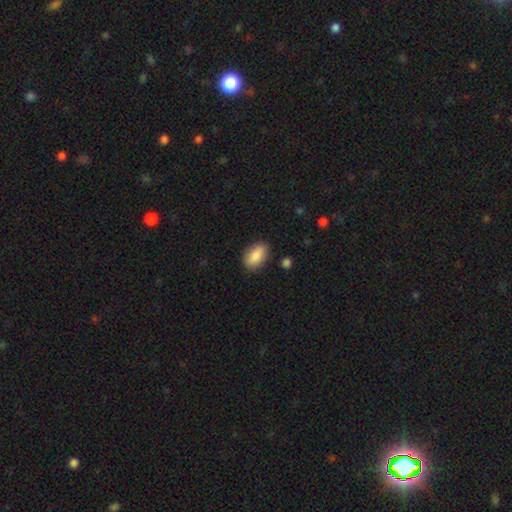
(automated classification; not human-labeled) Smooth or featured? Predicted: smooth (p=0.87). How rounded? Predicted: in between (p=0.92). Merging? Predicted: none (p=0.85).